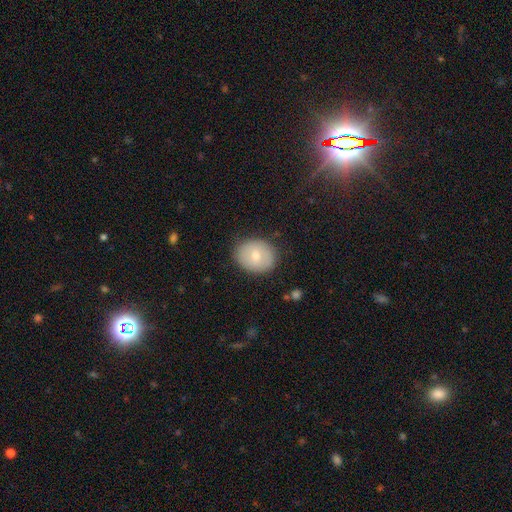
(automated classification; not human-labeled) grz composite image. It shows a smooth galaxy with no disk features (69%) that is round (61%). Merging: none (82%).